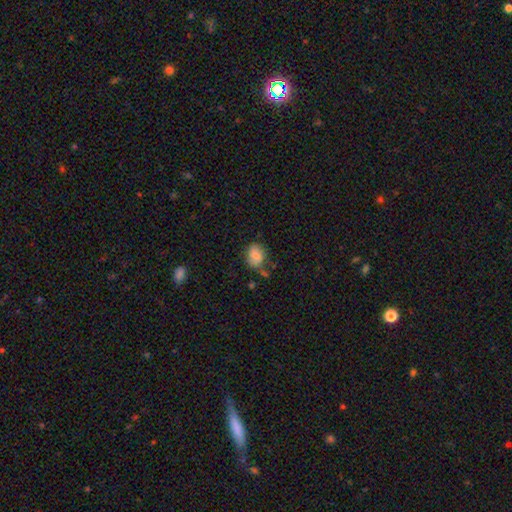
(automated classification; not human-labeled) A smooth galaxy with no disk features (76%) that is in between round and cigar-shaped (53%). Merging: none (64%).